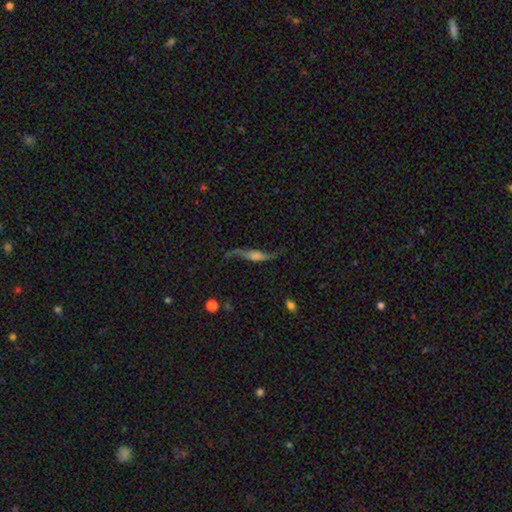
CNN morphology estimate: The model was most divided on "edge-on disk": no: 55%, yes: 45%. More confident: smooth or featured — featured or disk (70%); merging — none (61%).